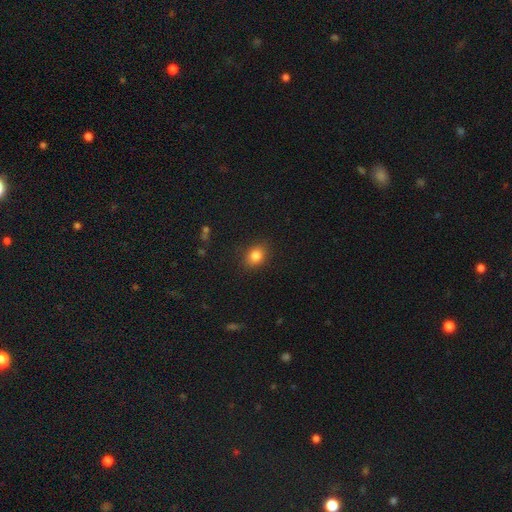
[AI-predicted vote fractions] Smooth or featured? smooth (83%)
How rounded? in between (57%)
Merging? none (86%)